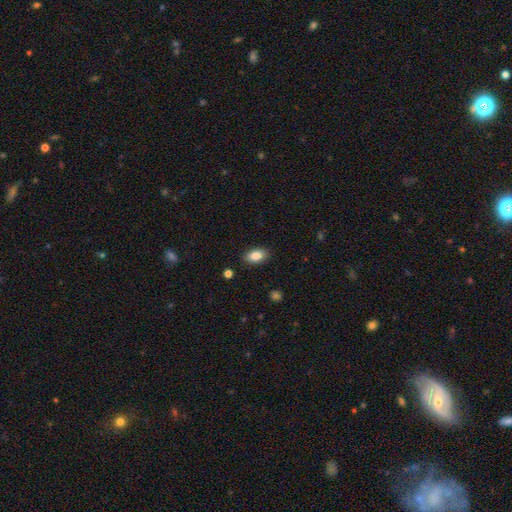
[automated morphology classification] The model was most divided on "smooth or featured": smooth: 86%, star or artifact: 8%, featured or disk: 6%. More confident: how rounded — in between (90%); merging — none (88%).